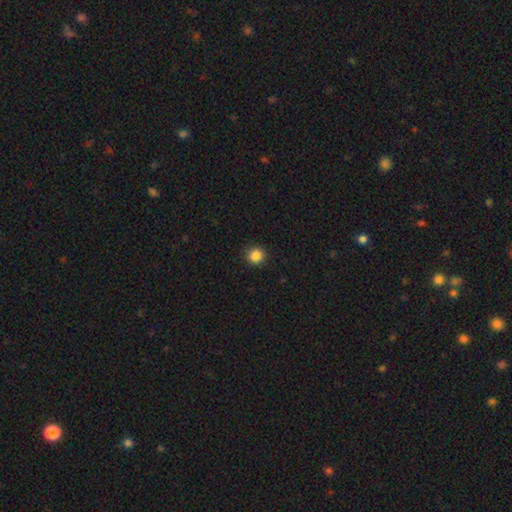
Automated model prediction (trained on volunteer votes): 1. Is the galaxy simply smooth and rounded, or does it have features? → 86% smooth, 11% star or artifact, 3% featured or disk.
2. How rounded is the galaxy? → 95% round, 4% in between, 1% cigar-shaped.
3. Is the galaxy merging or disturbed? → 92% none, 5% minor disturbance, 2% major disturbance, 1% merger.